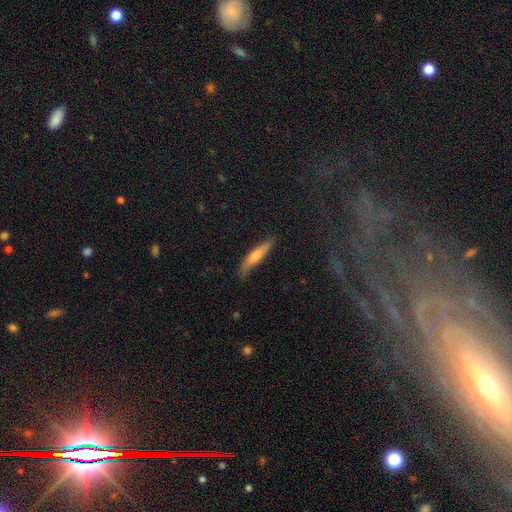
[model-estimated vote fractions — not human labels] A smooth galaxy with no disk features (58%) that is cigar-shaped (86%).

Vote fractions:
- Smooth or featured? smooth: 58% / featured or disk: 36% / star or artifact: 6%
- How rounded? cigar-shaped: 86% / in between: 12% / round: 2%
- Merging? none: 80% / minor disturbance: 16% / major disturbance: 3% / merger: 1%